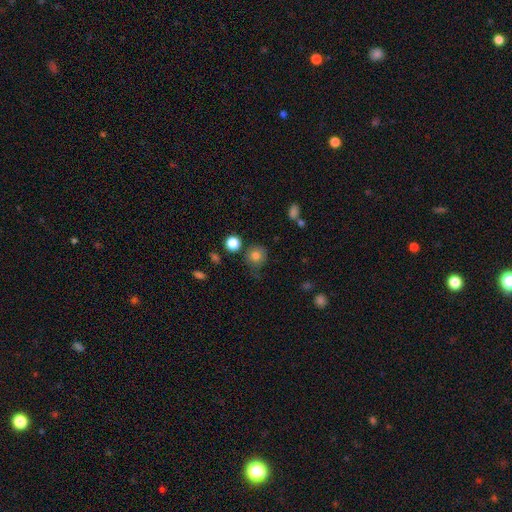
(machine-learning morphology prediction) This is likely a smooth galaxy (79%). How rounded: clearly round (88%). Merging: likely none (72%).